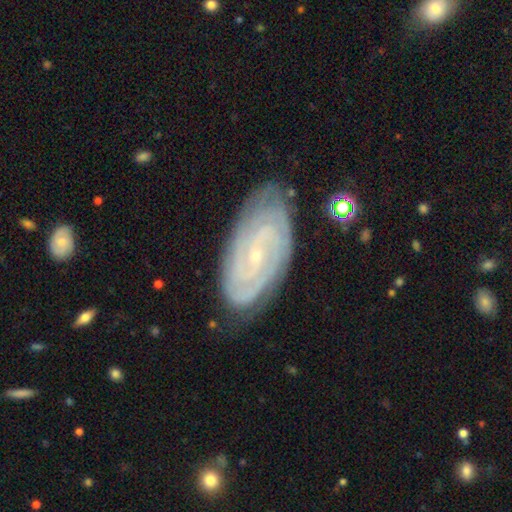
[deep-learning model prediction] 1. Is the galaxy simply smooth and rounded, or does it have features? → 87% featured or disk, 7% smooth, 6% star or artifact.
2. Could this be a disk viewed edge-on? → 96% no, 4% yes.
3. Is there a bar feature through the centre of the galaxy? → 52% no, 36% weak, 12% strong.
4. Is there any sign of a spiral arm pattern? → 98% yes, 2% no.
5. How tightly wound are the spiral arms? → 79% tight, 18% medium, 3% loose.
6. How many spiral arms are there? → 31% 2, 24% can't tell, 18% 3, 14% 4, 7% more than 4, 6% 1.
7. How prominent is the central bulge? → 84% small, 12% moderate, 2% none, 1% large, 1% dominant.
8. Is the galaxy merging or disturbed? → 79% none, 16% minor disturbance, 3% major disturbance, 1% merger.